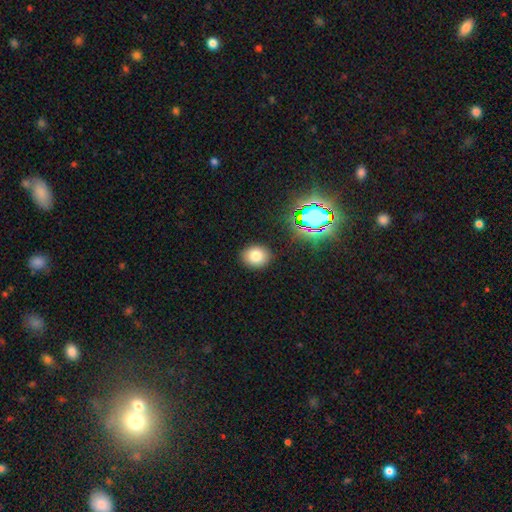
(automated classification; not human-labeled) Smooth or featured: smooth — 78% (star or artifact — 14%)
How rounded: round — 57% (in between — 42%)
Merging: none — 88% (minor disturbance — 8%)